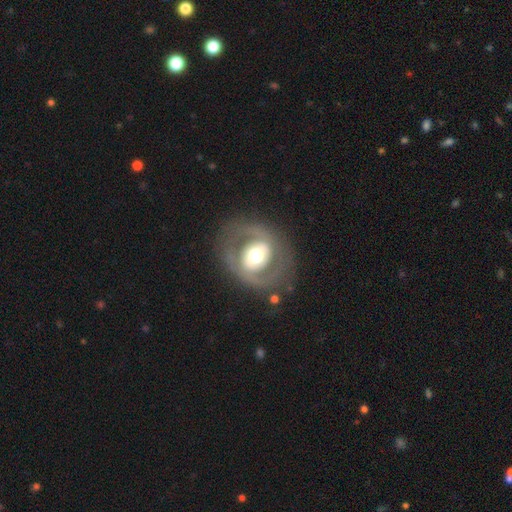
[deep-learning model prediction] Smooth or featured: featured or disk — 63% (smooth — 30%)
Edge-on disk: no — 95% (yes — 5%)
Bar: no — 57% (weak — 24%)
Spiral arms: no — 66% (yes — 34%)
Bulge size: moderate — 52% (large — 37%)
Merging: none — 76% (minor disturbance — 12%)